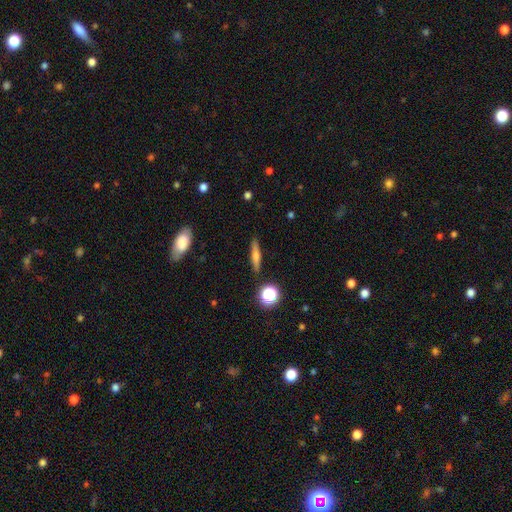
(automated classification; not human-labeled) Overall: smooth (50%; featured or disk 40%). How rounded: cigar-shaped (80%). Merging: none (89%).